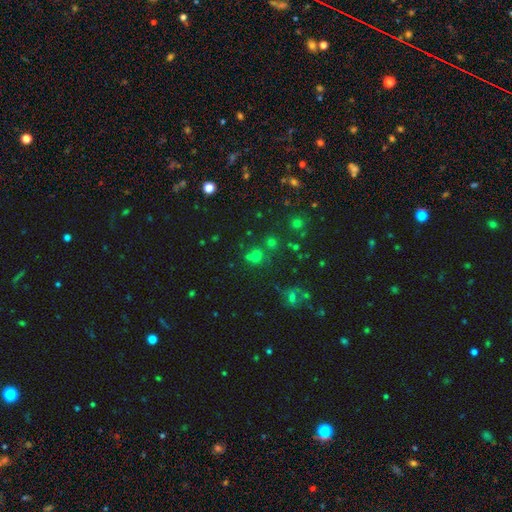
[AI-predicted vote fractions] star or artifact 48%, smooth 42%, featured or disk 10%.